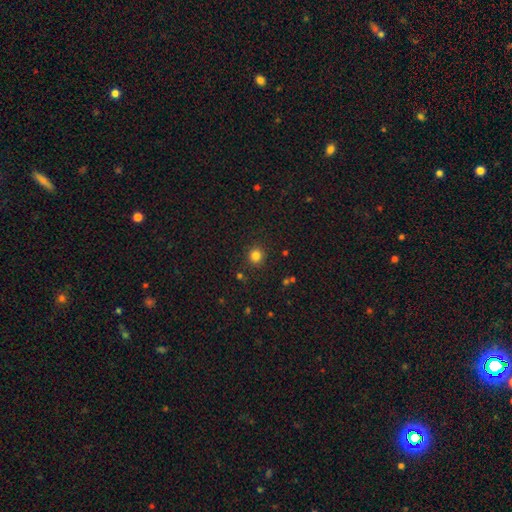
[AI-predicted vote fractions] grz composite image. It shows a smooth galaxy with no disk features (82%) that is round (93%). Merging: none (91%).